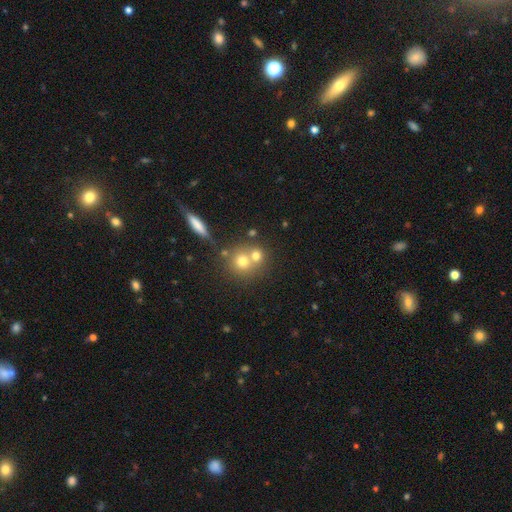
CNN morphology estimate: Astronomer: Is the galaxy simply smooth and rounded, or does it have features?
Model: smooth — 69%.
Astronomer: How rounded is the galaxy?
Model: round — 84%.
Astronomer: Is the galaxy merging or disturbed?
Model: merger — 48% (runner-up: none, 42%).